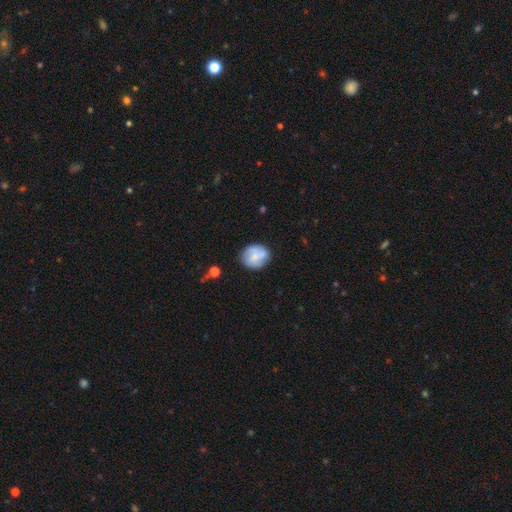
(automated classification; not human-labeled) Smooth or featured? Predicted: smooth (p=0.60). How rounded? Predicted: round (p=0.73). Merging? Predicted: none (p=0.64).